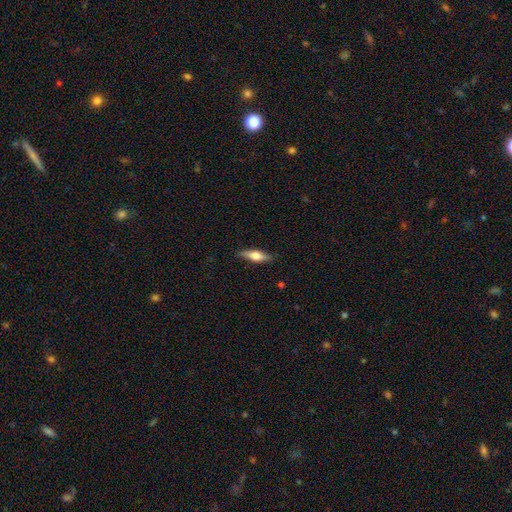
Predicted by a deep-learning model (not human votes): A smooth galaxy with no disk features (53%) that is cigar-shaped (56%). Merging: none (82%).